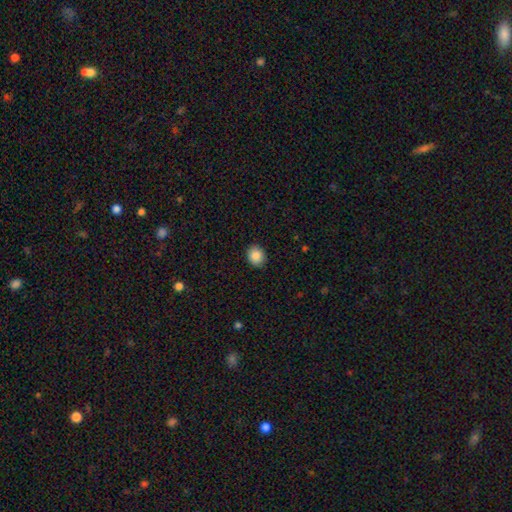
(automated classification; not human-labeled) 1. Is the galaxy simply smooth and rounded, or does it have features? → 88% smooth, 8% star or artifact, 4% featured or disk.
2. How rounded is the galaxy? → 64% round, 35% in between, 1% cigar-shaped.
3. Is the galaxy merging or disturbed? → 90% none, 7% minor disturbance, 2% major disturbance, 1% merger.